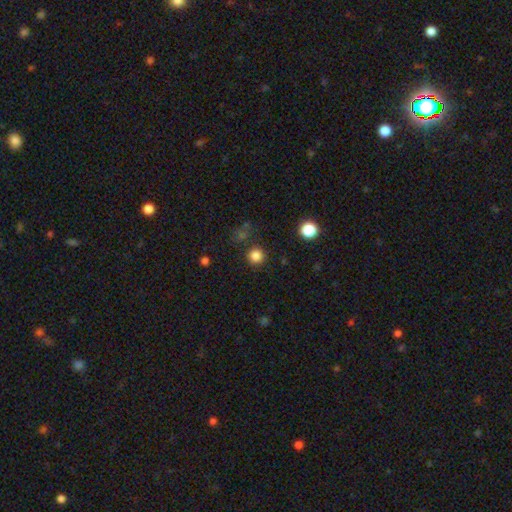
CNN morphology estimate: Smooth or featured? Predicted: smooth (p=0.83). How rounded? Predicted: round (p=0.95). Merging? Predicted: none (p=0.88).